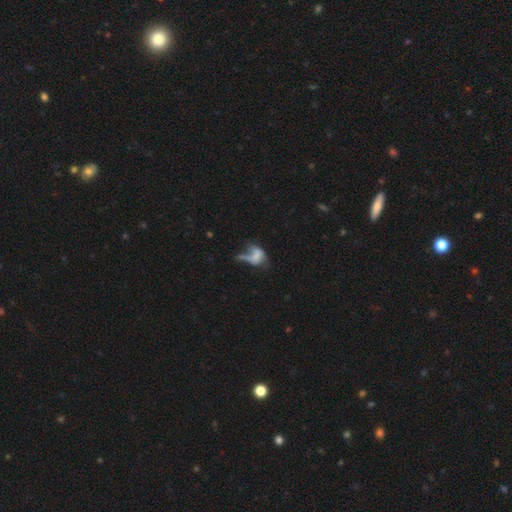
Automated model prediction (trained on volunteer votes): smooth-or-featured: smooth: 49% | featured or disk: 37% | star or artifact: 14%
  merging: major disturbance: 35% | merger: 31% | none: 19% | minor disturbance: 14%